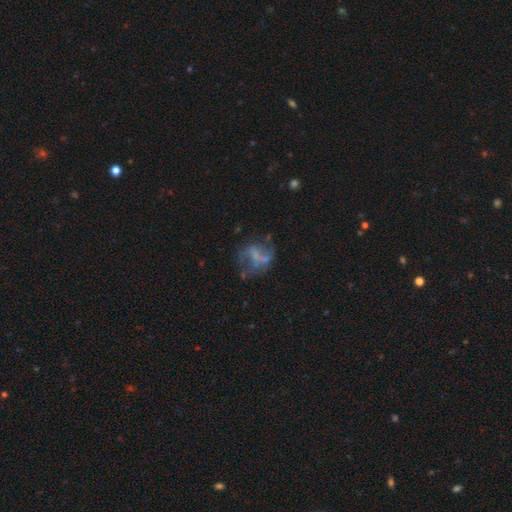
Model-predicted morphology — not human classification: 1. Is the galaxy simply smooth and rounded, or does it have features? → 58% featured or disk, 28% smooth, 14% star or artifact.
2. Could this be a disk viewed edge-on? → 98% no, 2% yes.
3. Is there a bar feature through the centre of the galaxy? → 64% no, 25% weak, 10% strong.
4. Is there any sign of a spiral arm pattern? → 67% no, 33% yes.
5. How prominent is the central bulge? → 63% none, 21% small, 12% moderate, 3% large, 1% dominant.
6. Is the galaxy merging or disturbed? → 41% none, 29% major disturbance, 19% minor disturbance, 11% merger.